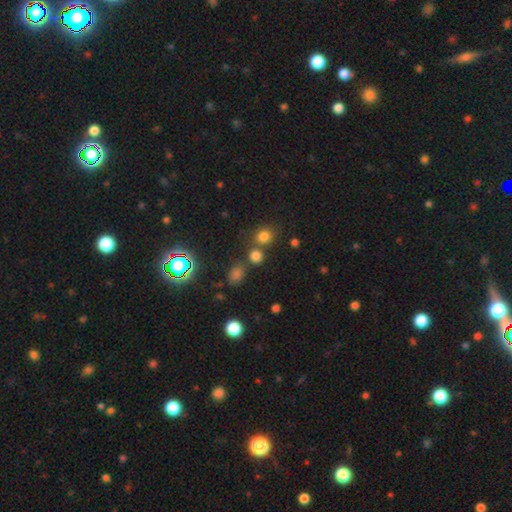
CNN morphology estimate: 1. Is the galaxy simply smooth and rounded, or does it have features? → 69% smooth, 25% star or artifact, 6% featured or disk.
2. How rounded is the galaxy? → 78% round, 20% in between, 1% cigar-shaped.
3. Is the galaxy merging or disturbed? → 65% none, 22% merger, 9% minor disturbance, 4% major disturbance.